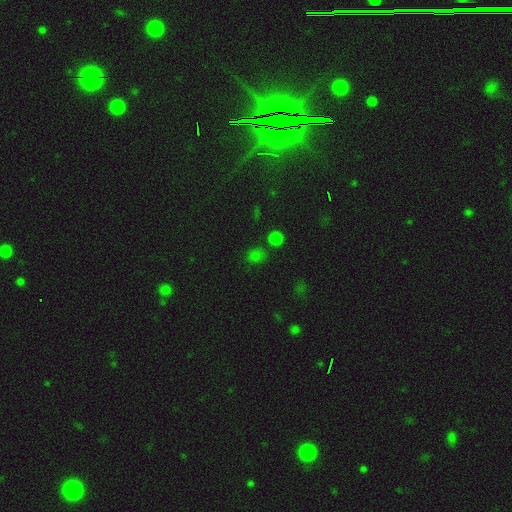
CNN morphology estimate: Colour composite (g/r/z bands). It shows a smooth galaxy with no disk features (63%) that is round (70%). Merging: none (72%).